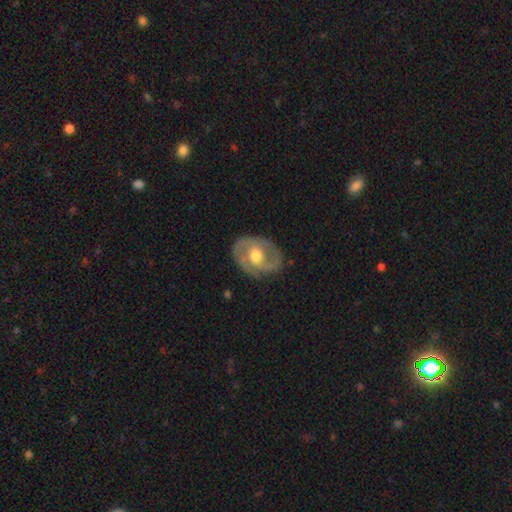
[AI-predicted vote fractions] Q: Smooth or featured?
A: featured or disk (80%); runner-up: smooth (15%)
Q: Edge-on disk?
A: no (96%); runner-up: yes (4%)
Q: Bar?
A: no (50%); runner-up: weak (38%)
Q: Spiral arms?
A: yes (85%); runner-up: no (15%)
Q: Spiral winding?
A: medium (45%); runner-up: tight (40%)
Q: Spiral arm count?
A: 2 (78%); runner-up: can't tell (10%)
Q: Bulge size?
A: moderate (75%); runner-up: large (13%)
Q: Merging?
A: none (79%); runner-up: minor disturbance (15%)